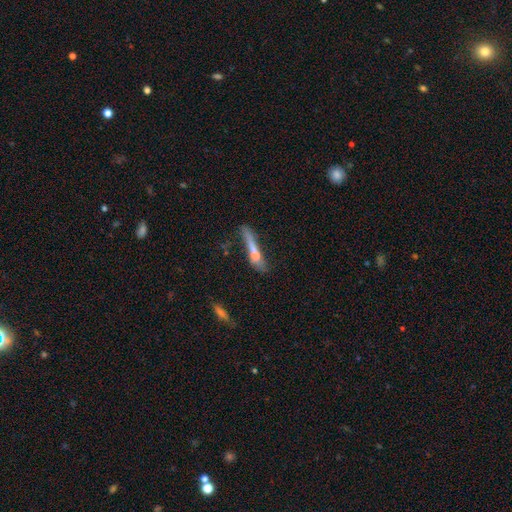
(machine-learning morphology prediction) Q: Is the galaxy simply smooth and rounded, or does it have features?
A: smooth — 54%.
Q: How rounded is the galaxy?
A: cigar-shaped — 72%.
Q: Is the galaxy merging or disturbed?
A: none — 33%.